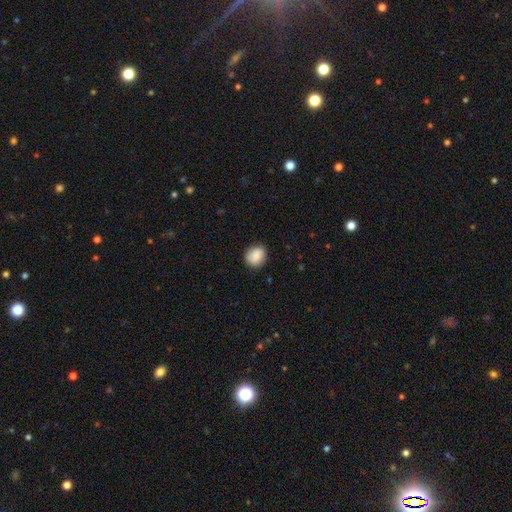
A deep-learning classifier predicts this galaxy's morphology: smooth_or_featured: smooth (p=0.84) [alt: featured or disk p=0.09]
how_rounded: round (p=0.77) [alt: in between p=0.22]
merging: none (p=0.86) [alt: minor disturbance p=0.11]